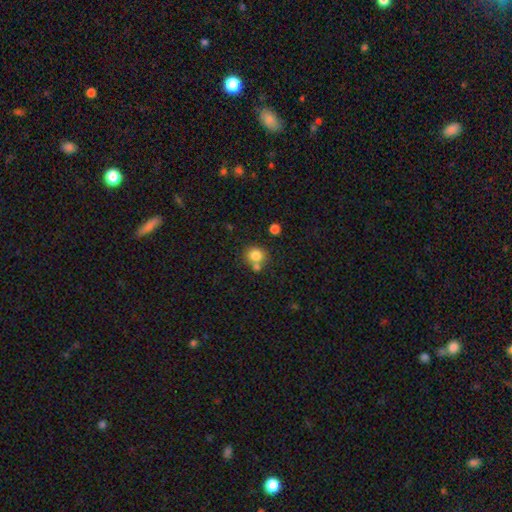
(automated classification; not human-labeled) This appears to be a smooth galaxy with no disk features (81%) that is round (83%). Merging: none (57%).